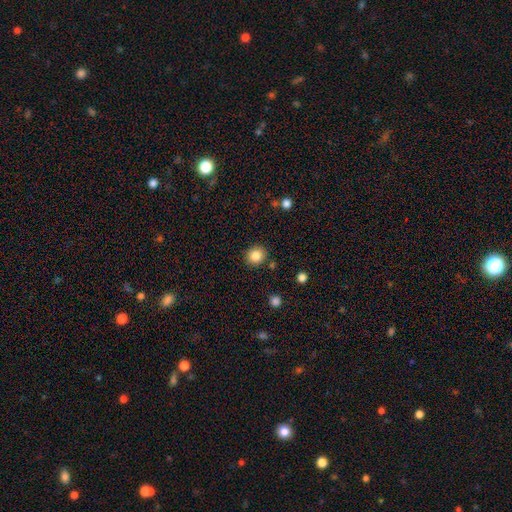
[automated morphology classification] This is clearly a smooth galaxy (85%). How rounded: clearly round (84%). Merging: clearly none (88%).